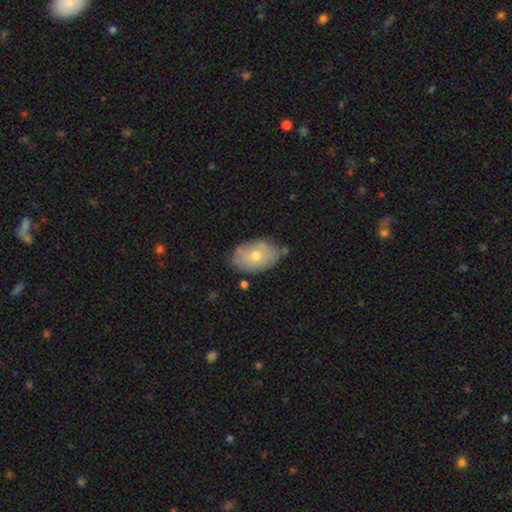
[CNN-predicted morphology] smooth-or-featured: smooth: 60% | featured or disk: 33% | star or artifact: 7%
  how-rounded: in between: 87% | round: 12% | cigar-shaped: 1%
  merging: none: 74% | minor disturbance: 20% | major disturbance: 4% | merger: 3%